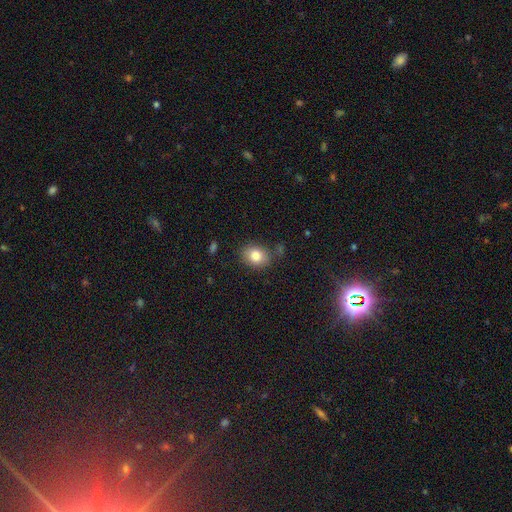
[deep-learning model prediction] A smooth galaxy with no disk features (82%) that is in between round and cigar-shaped (55%).

Vote fractions:
- Smooth or featured? smooth: 82% / star or artifact: 9% / featured or disk: 9%
- How rounded? in between: 55% / round: 44% / cigar-shaped: 1%
- Merging? none: 80% / minor disturbance: 13% / major disturbance: 3% / merger: 3%